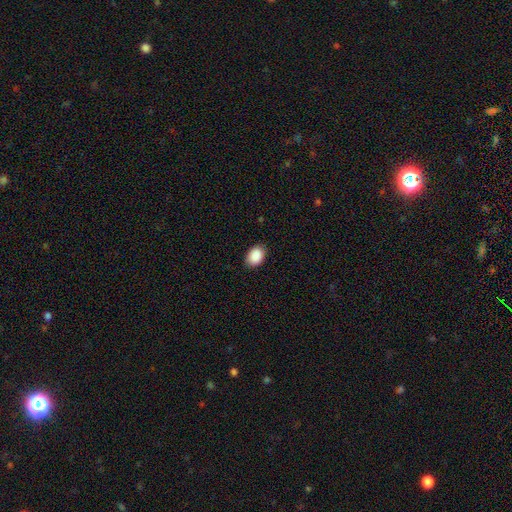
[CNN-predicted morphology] Overall: smooth (90%). How rounded: in between (77%). Merging: none (85%).